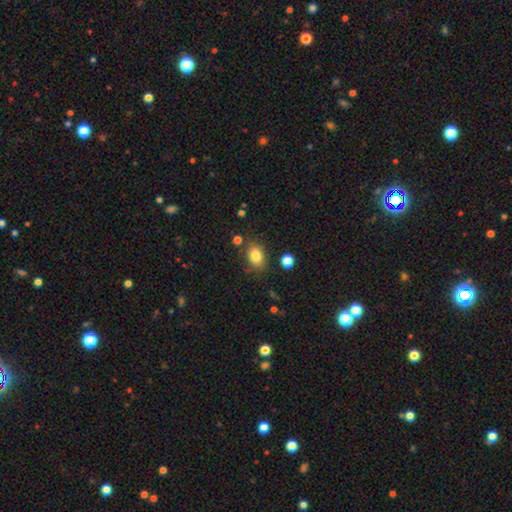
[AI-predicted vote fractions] Smooth or featured? smooth (82%)
How rounded? in between (76%)
Merging? none (77%)